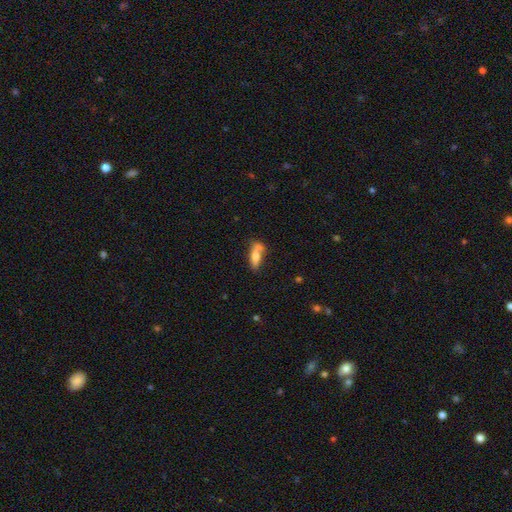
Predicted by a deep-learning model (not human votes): A smooth galaxy with no disk features (74%) that is in between round and cigar-shaped (70%). Merging: merger (38%).